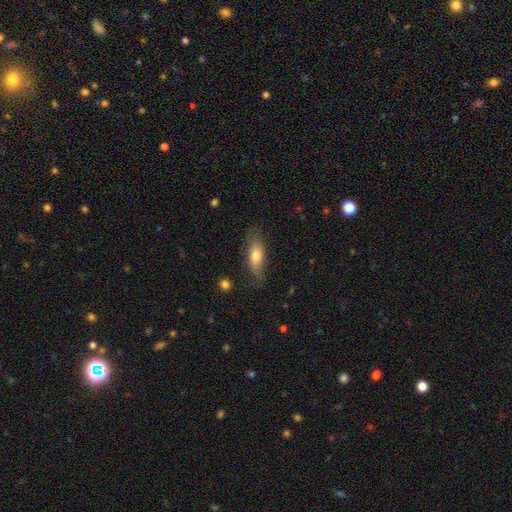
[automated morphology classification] Smooth or featured? smooth (69%)
How rounded? in between (63%)
Merging? none (72%)